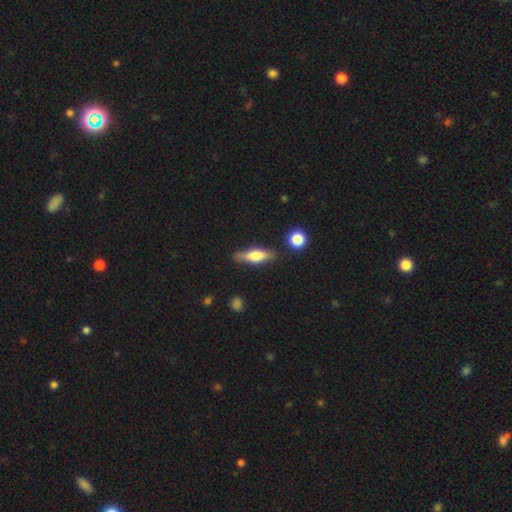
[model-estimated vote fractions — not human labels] Smooth or featured? smooth (50%)
Merging? none (80%)